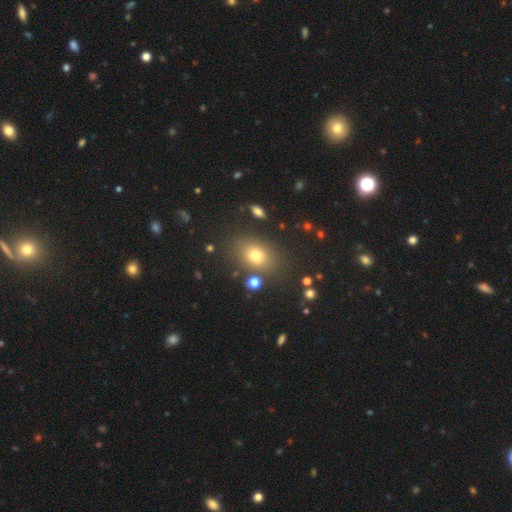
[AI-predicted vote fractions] This is likely a smooth galaxy (74%). How rounded: likely in between (66%). Merging: clearly none (81%).